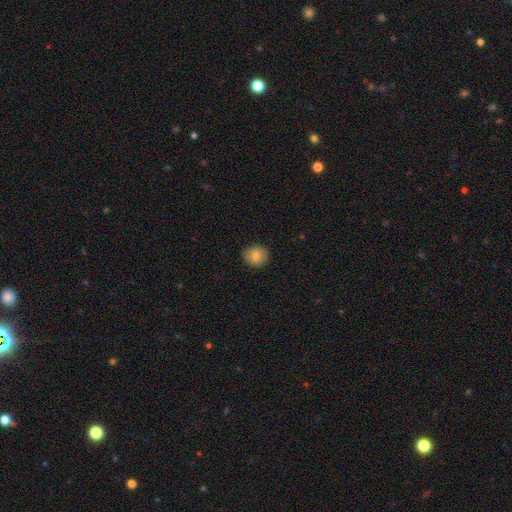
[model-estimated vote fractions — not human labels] smooth 81%, featured or disk 10%, star or artifact 9%. Down the decision tree: how rounded — round (87%); merging — none (90%).